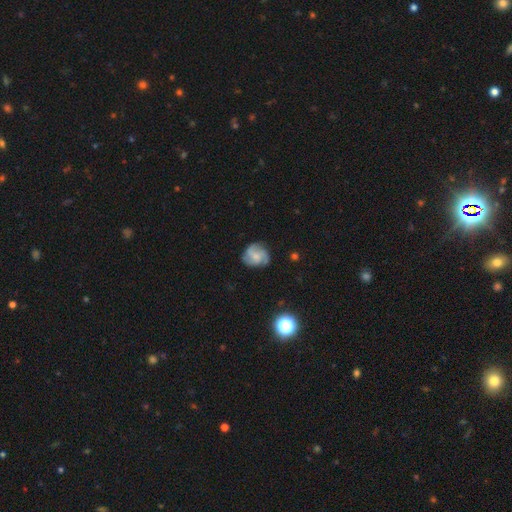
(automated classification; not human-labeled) Smooth or featured: featured or disk — 73% (smooth — 20%)
Edge-on disk: no — 98% (yes — 2%)
Bar: no — 61% (weak — 34%)
Spiral arms: yes — 95% (no — 5%)
Spiral winding: medium — 49% (tight — 35%)
Spiral arm count: 3 — 61% (4 — 13%)
Bulge size: small — 47% (moderate — 34%)
Merging: none — 76% (minor disturbance — 17%)